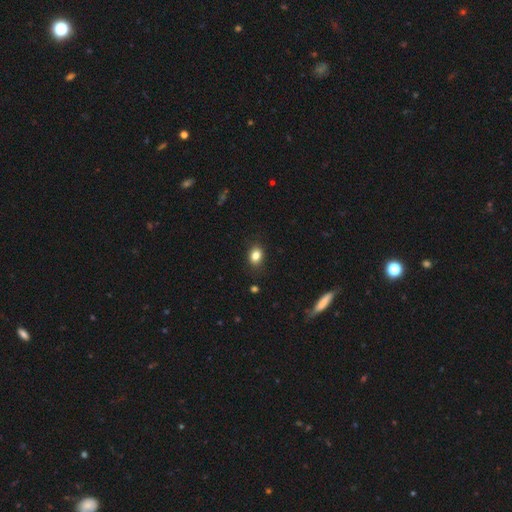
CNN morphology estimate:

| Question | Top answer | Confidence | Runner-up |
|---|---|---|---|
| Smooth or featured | smooth | 83% | star or artifact (10%) |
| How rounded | in between | 63% | round (35%) |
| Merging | none | 84% | minor disturbance (12%) |